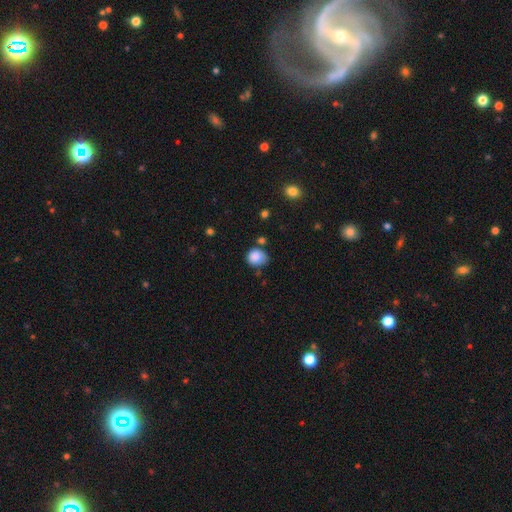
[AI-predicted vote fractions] smooth 86%, star or artifact 9%, featured or disk 5%. Down the decision tree: how rounded — round (73%); merging — none (57%).